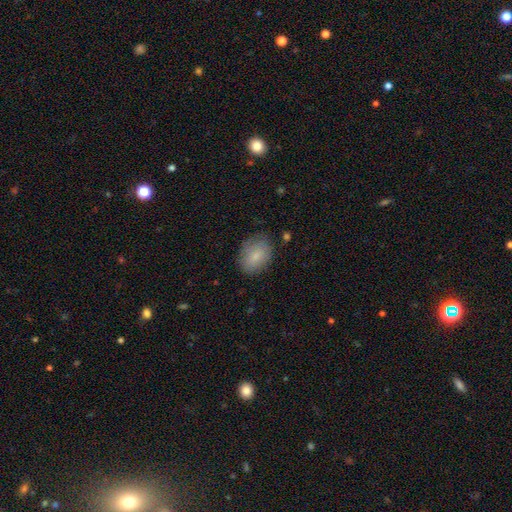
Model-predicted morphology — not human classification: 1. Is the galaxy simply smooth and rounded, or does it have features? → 82% smooth, 11% featured or disk, 7% star or artifact.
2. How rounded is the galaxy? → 74% in between, 25% round, 1% cigar-shaped.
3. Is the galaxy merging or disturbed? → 76% none, 18% minor disturbance, 4% major disturbance, 1% merger.